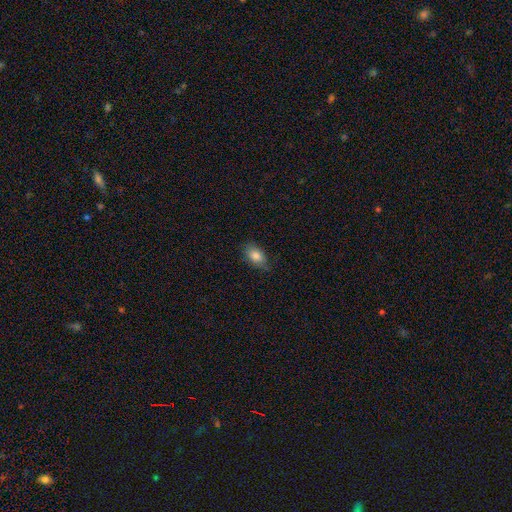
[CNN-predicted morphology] smooth 82%, featured or disk 10%, star or artifact 8%. Down the decision tree: how rounded — in between (87%); merging — none (73%).